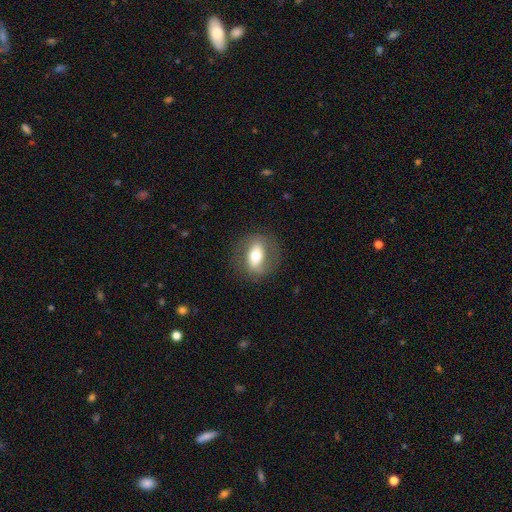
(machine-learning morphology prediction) This appears to be a smooth galaxy with no disk features (52%) that is in between round and cigar-shaped (70%). Merging: none (79%).